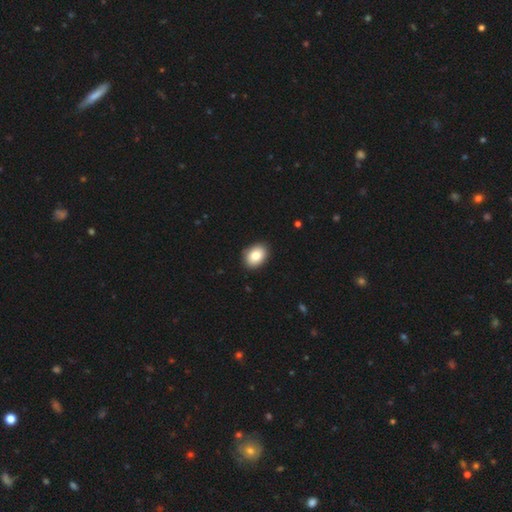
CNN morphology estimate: smooth 83%, featured or disk 9%, star or artifact 8%. Down the decision tree: how rounded — in between (76%); merging — none (90%).